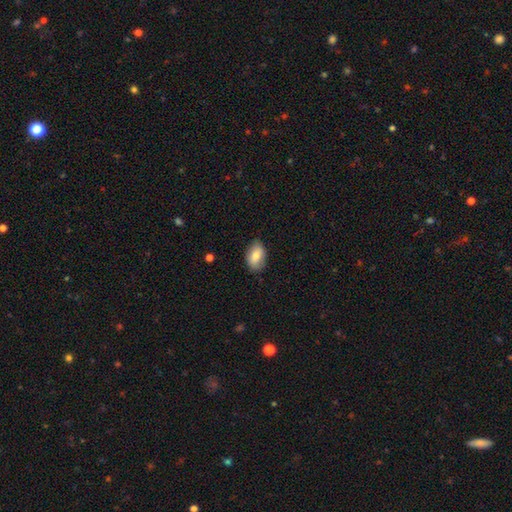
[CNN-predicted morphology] This is likely a smooth galaxy (79%). How rounded: clearly in between (90%). Merging: clearly none (80%).